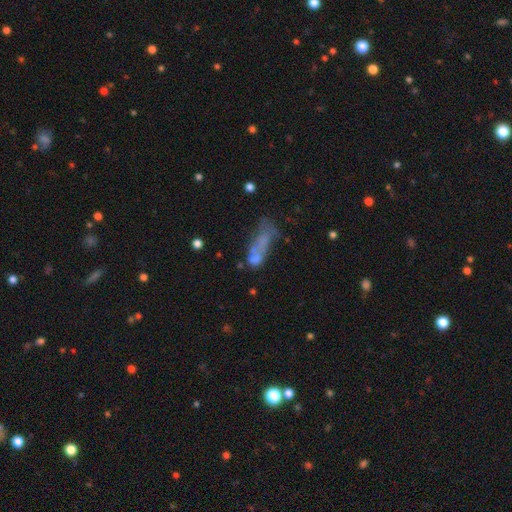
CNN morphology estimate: Overall: smooth (52%; featured or disk 34%). How rounded: in between (60%; cigar-shaped 34%). Merging: major disturbance (36%; merger 28%).